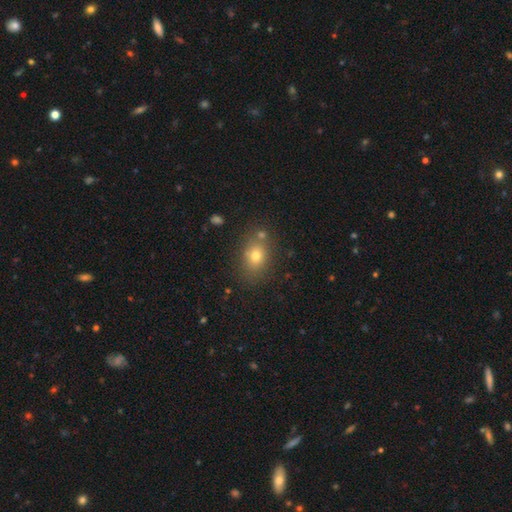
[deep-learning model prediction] Overall: smooth (73%). How rounded: in between (61%; round 38%). Merging: none (74%).